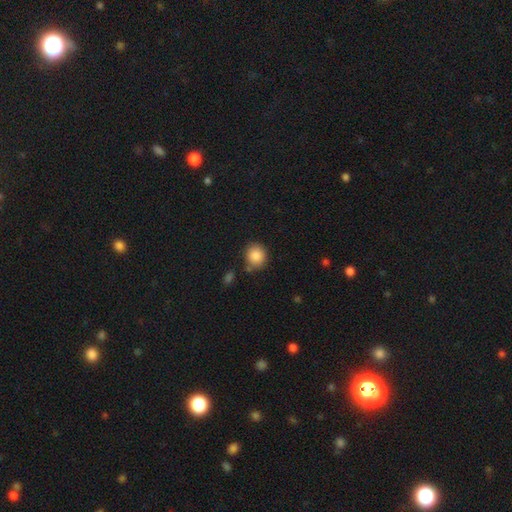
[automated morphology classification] smooth-or-featured: smooth: 87% | star or artifact: 8% | featured or disk: 4%
  how-rounded: round: 81% | in between: 18% | cigar-shaped: 1%
  merging: none: 78% | minor disturbance: 13% | merger: 6% | major disturbance: 3%